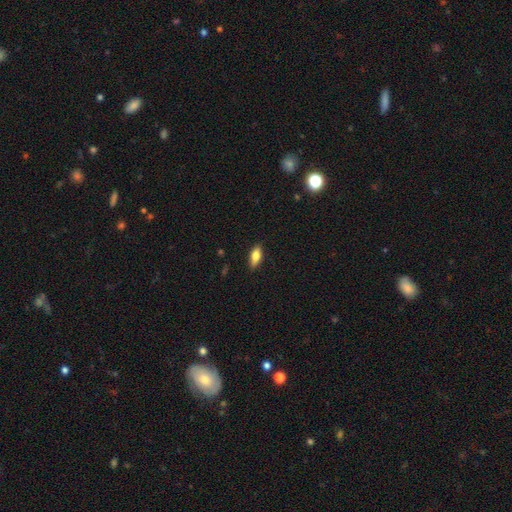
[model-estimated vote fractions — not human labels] smooth 69%, featured or disk 24%, star or artifact 7%. Down the decision tree: how rounded — in between (75%); merging — none (86%).